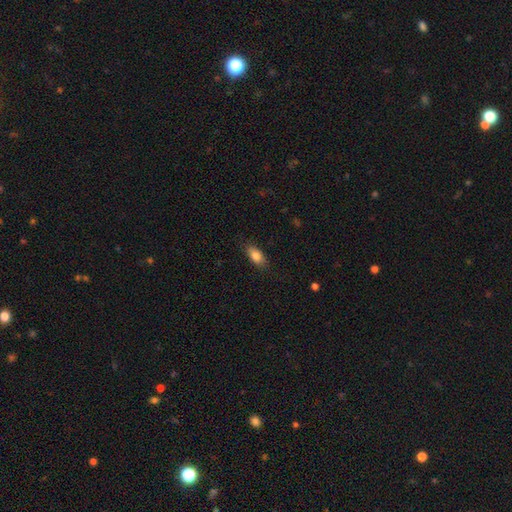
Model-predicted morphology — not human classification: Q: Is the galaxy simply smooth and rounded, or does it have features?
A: smooth — 83%.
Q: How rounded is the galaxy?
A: in between — 85%.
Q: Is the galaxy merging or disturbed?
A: none — 83%.